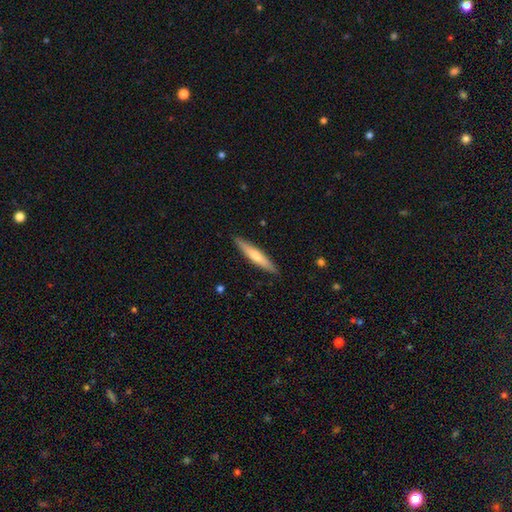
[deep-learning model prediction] Smooth or featured: smooth — 59% (featured or disk — 36%)
How rounded: cigar-shaped — 91% (in between — 7%)
Merging: none — 90% (minor disturbance — 8%)